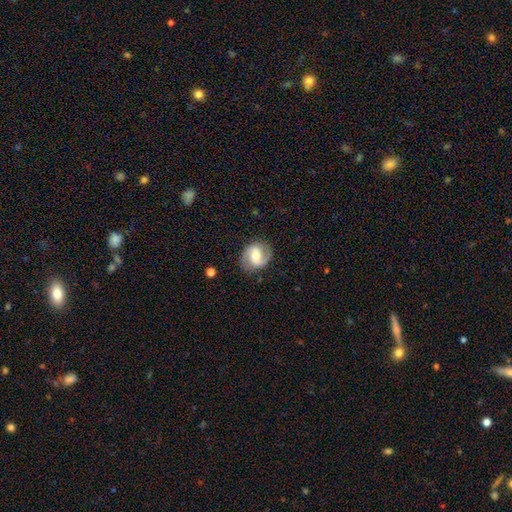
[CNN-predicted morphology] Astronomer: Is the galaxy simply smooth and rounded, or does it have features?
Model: featured or disk — 74%.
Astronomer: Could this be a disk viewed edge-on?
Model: no — 98%.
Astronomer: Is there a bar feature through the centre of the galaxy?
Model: weak — 47% (runner-up: no, 29%).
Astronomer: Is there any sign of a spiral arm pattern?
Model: yes — 91%.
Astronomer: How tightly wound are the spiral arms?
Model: medium — 49% (runner-up: loose, 26%).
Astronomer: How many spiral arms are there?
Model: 2 — 90%.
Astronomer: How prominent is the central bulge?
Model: moderate — 66%.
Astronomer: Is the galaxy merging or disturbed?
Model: none — 83%.